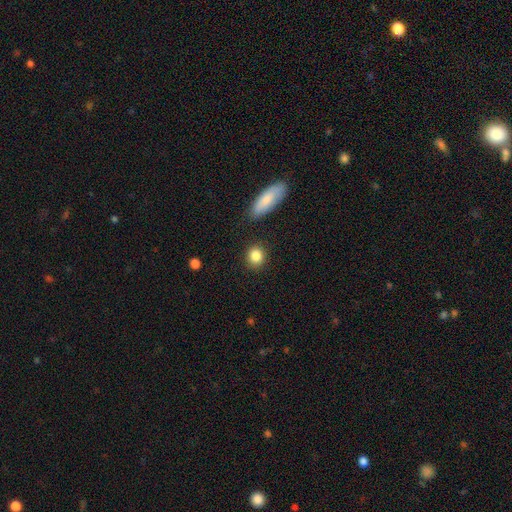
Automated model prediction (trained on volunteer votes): smooth_or_featured: smooth (p=0.86) [alt: star or artifact p=0.08]
how_rounded: round (p=0.74) [alt: in between p=0.24]
merging: none (p=0.87) [alt: minor disturbance p=0.08]